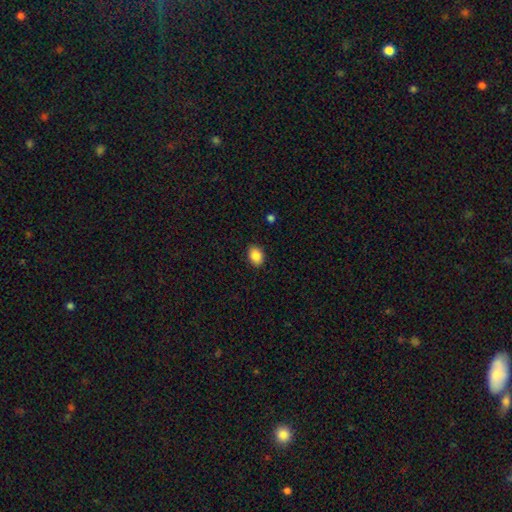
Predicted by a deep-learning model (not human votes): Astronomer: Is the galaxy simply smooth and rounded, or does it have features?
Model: smooth — 87%.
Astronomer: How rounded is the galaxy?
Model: in between — 72%.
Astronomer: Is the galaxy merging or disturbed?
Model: none — 88%.